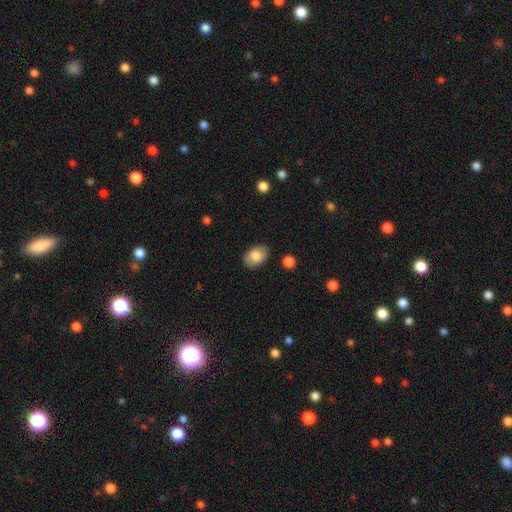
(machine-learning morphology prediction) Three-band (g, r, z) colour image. It shows a smooth galaxy with no disk features (82%) that is in between round and cigar-shaped (86%). Merging: none (84%).